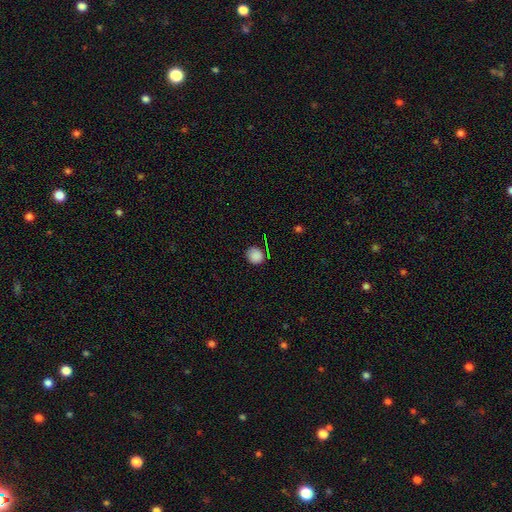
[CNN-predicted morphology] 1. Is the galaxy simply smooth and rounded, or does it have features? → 82% smooth, 14% star or artifact, 4% featured or disk.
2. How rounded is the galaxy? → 87% round, 11% in between, 1% cigar-shaped.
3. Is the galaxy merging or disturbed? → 80% none, 14% minor disturbance, 3% major disturbance, 3% merger.